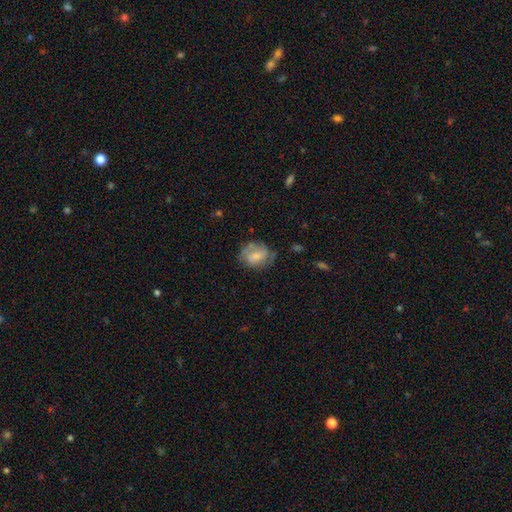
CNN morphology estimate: smooth-or-featured: smooth: 51% | featured or disk: 42% | star or artifact: 7%
  how-rounded: round: 50% | in between: 48% | cigar-shaped: 1%
  merging: none: 56% | minor disturbance: 29% | major disturbance: 13% | merger: 3%